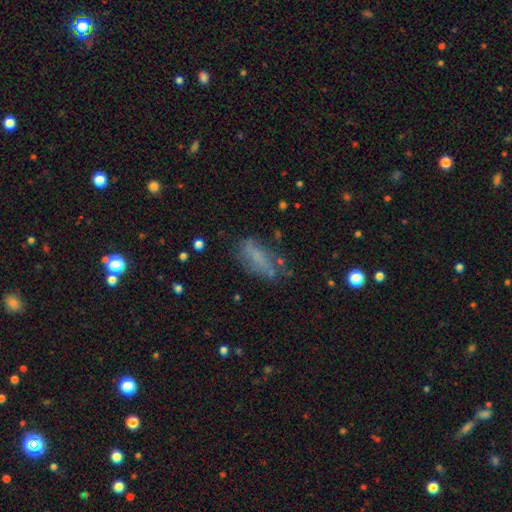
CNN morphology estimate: This is likely a smooth galaxy (62%). How rounded: likely in between (67%). Merging: possibly none (53%).